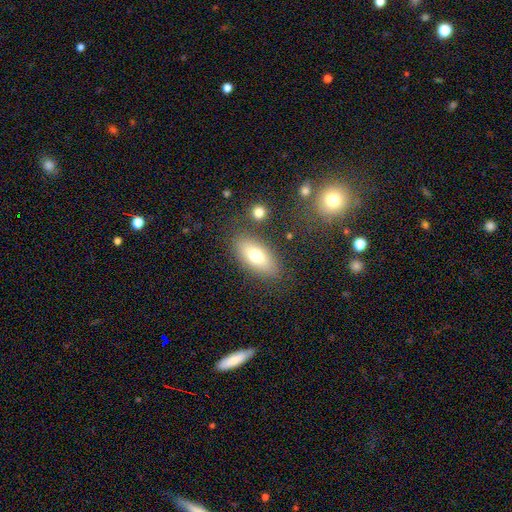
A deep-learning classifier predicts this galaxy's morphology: The model was most divided on "smooth or featured": smooth: 72%, featured or disk: 20%, star or artifact: 9%. More confident: how rounded — in between (86%); merging — none (81%).